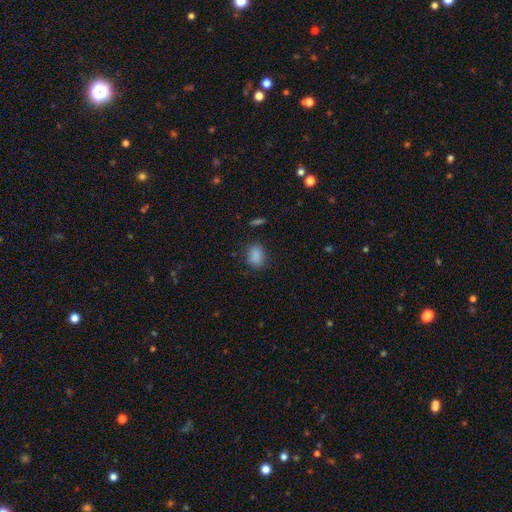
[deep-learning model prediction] Smooth or featured? smooth (86%)
How rounded? in between (65%)
Merging? none (80%)